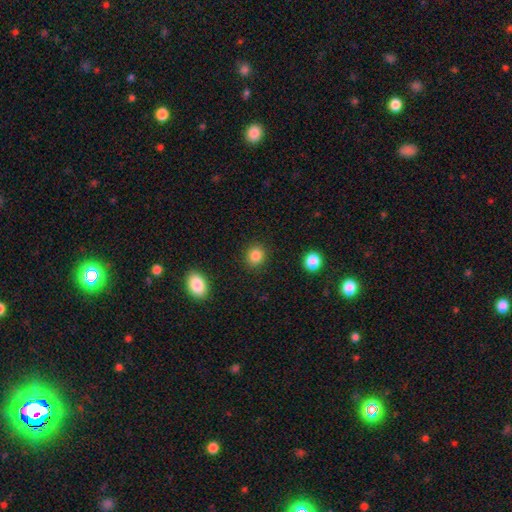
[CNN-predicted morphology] Smooth or featured? Predicted: smooth (p=0.85). How rounded? Predicted: round (p=0.79). Merging? Predicted: none (p=0.90).